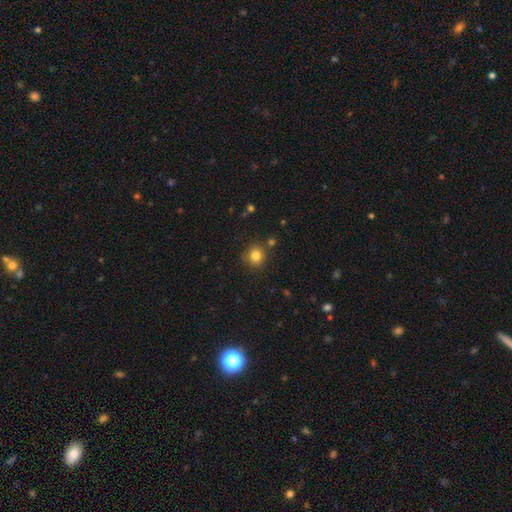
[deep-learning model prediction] smooth 82%, star or artifact 12%, featured or disk 6%. Down the decision tree: how rounded — round (91%); merging — none (84%).